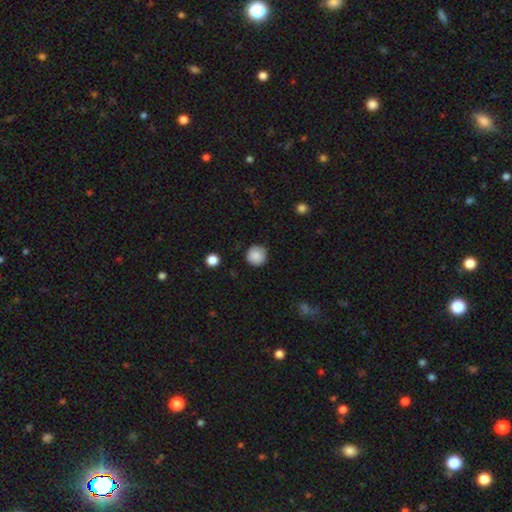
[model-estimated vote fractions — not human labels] Smooth or featured: smooth — 88% (star or artifact — 9%)
How rounded: round — 95% (in between — 4%)
Merging: none — 88% (minor disturbance — 8%)